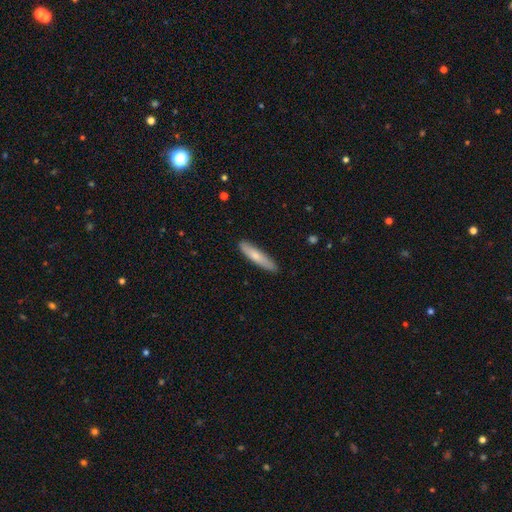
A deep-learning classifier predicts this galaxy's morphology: smooth_or_featured: smooth (p=0.69) [alt: featured or disk p=0.26]
how_rounded: cigar-shaped (p=0.85) [alt: in between p=0.14]
merging: none (p=0.88) [alt: minor disturbance p=0.10]